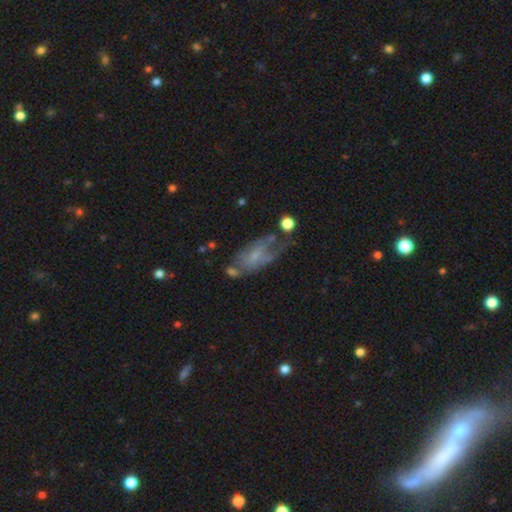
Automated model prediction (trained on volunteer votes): The model was most divided on "merging": none: 34%, major disturbance: 29%, minor disturbance: 26%, merger: 11%. More confident: edge-on disk — no (91%); smooth or featured — featured or disk (54%).